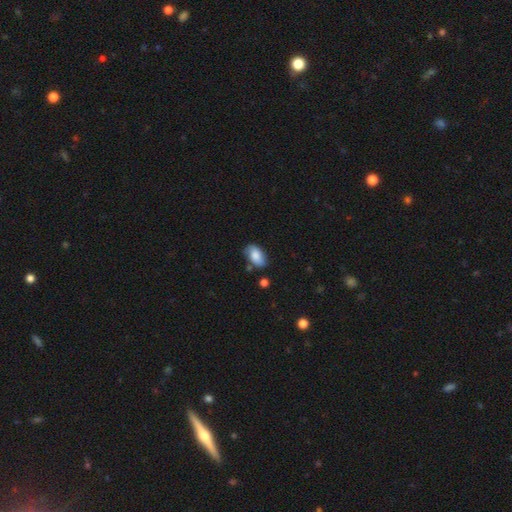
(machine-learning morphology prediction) Smooth or featured: smooth — 75% (featured or disk — 18%)
How rounded: in between — 92% (round — 6%)
Merging: none — 68% (minor disturbance — 22%)